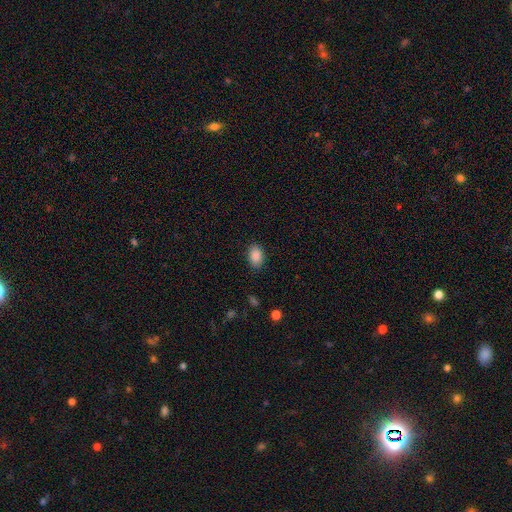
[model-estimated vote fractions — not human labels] A smooth galaxy with no disk features (88%) that is in between round and cigar-shaped (88%).

Vote fractions:
- Smooth or featured? smooth: 88% / star or artifact: 8% / featured or disk: 4%
- How rounded? in between: 88% / round: 11% / cigar-shaped: 1%
- Merging? none: 86% / minor disturbance: 11% / major disturbance: 3% / merger: 1%